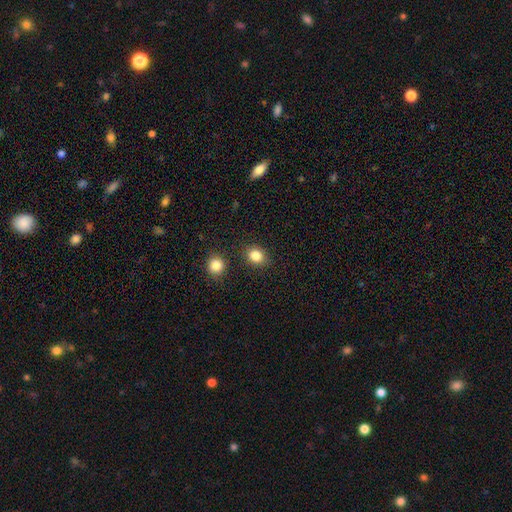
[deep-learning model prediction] This is clearly a smooth galaxy (84%). How rounded: possibly round (60%). Merging: clearly none (84%).